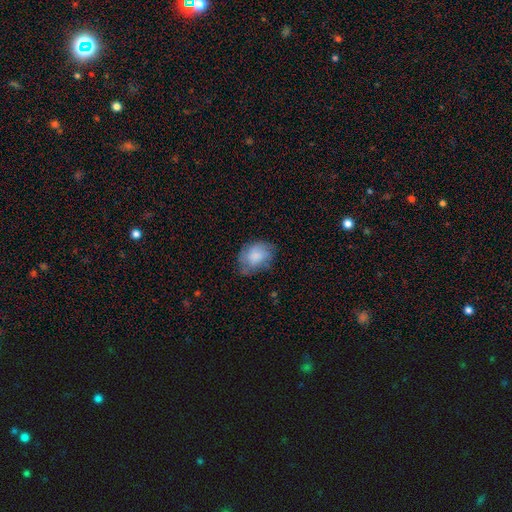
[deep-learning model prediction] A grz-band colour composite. It shows a smooth galaxy with no disk features (76%) that is in between round and cigar-shaped (69%). Merging: none (59%).